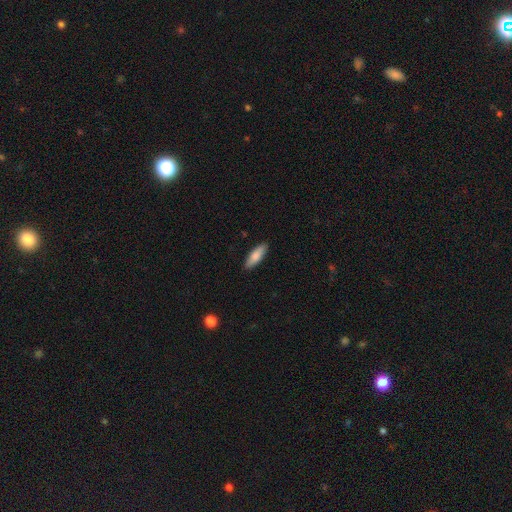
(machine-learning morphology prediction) smooth 82%, featured or disk 12%, star or artifact 6%. Down the decision tree: how rounded — in between (54%); merging — none (89%).